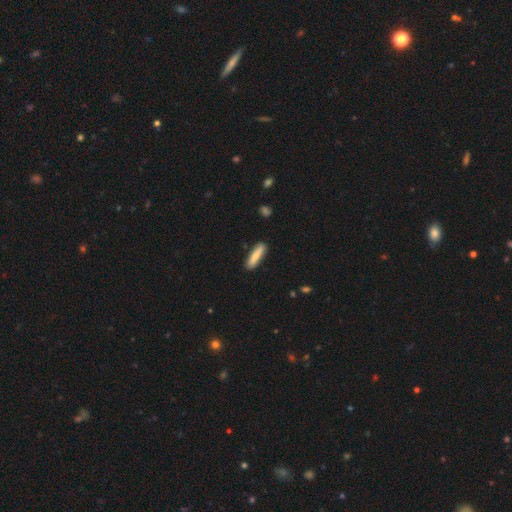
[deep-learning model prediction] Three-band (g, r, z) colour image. It shows a smooth galaxy with no disk features (78%) that is cigar-shaped (79%). Merging: none (86%).